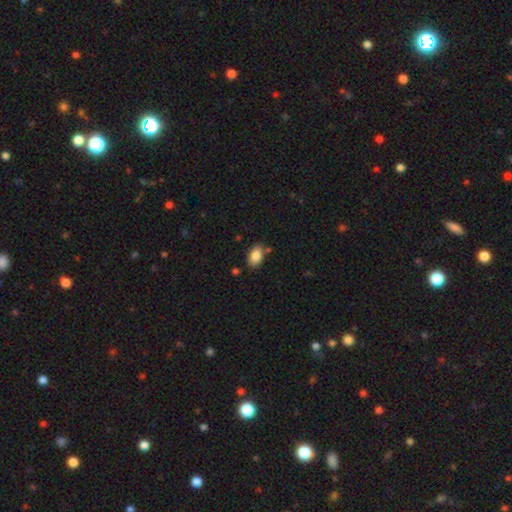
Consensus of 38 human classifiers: A smooth galaxy with no disk features (92%) that is in between round and cigar-shaped (86%). Merging: none (92%).